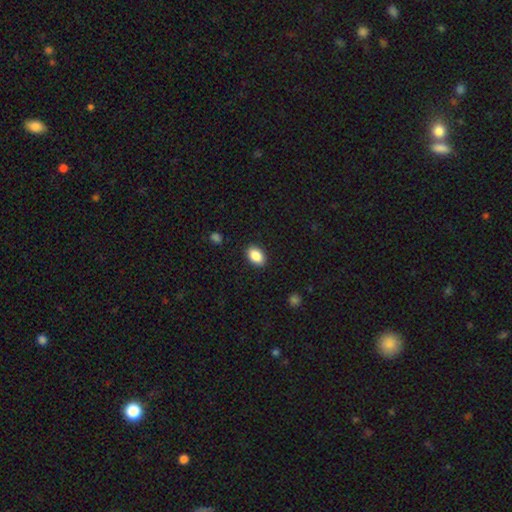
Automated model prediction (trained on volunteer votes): This is clearly a smooth galaxy (89%). How rounded: clearly in between (88%). Merging: clearly none (89%).